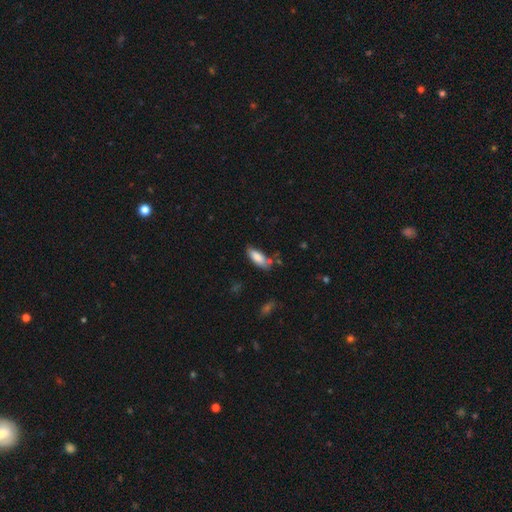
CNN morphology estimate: Smooth or featured? Predicted: smooth (p=0.84). How rounded? Predicted: in between (p=0.75). Merging? Predicted: none (p=0.66).